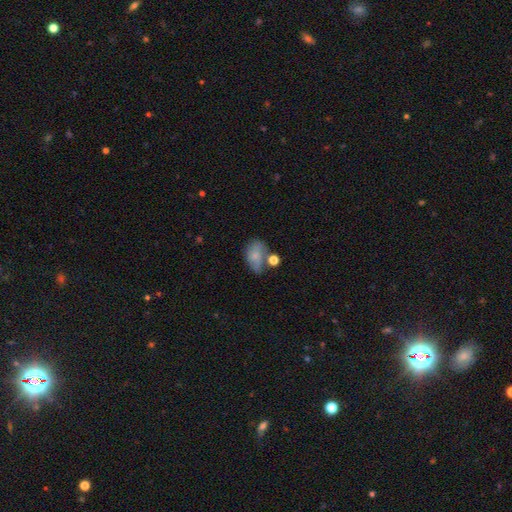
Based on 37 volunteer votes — Smooth or featured? smooth (84%)
How rounded? in between (68%)
Merging? merger (41%)